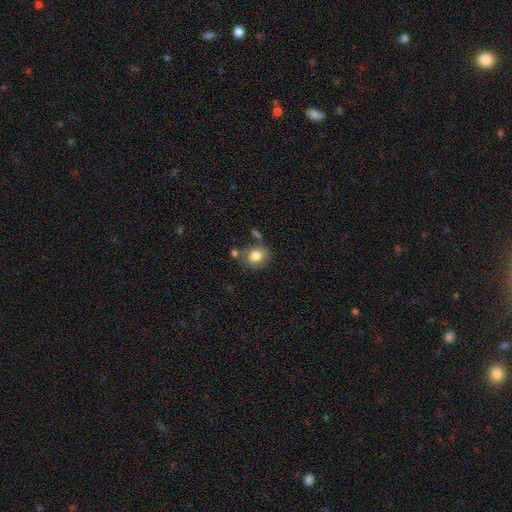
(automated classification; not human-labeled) Smooth or featured? smooth (81%)
How rounded? round (57%)
Merging? none (66%)